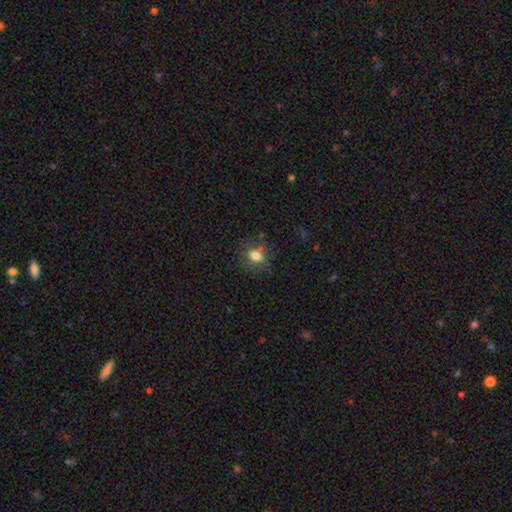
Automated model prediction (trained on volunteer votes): The model was most divided on "how rounded": in between: 57%, round: 42%, cigar-shaped: 2%. More confident: smooth or featured — smooth (78%); merging — none (77%).